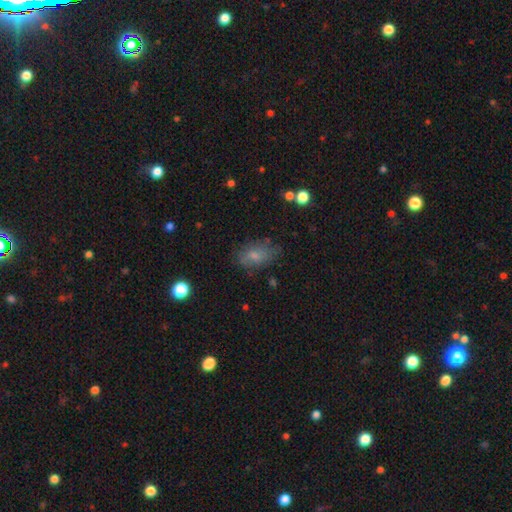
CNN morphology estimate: smooth_or_featured: smooth (p=0.63) [alt: featured or disk p=0.24]
how_rounded: in between (p=0.86) [alt: round p=0.10]
merging: none (p=0.72) [alt: minor disturbance p=0.20]